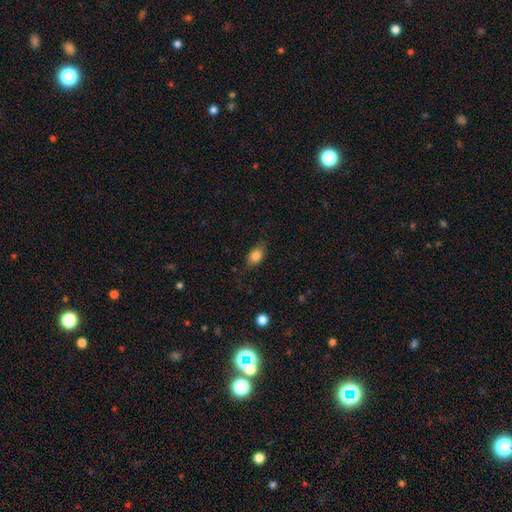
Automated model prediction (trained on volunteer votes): Smooth or featured?
  - smooth: 83% *
  - featured or disk: 9%
  - star or artifact: 9%
How rounded?
  - in between: 81% *
  - round: 16%
  - cigar-shaped: 3%
Merging?
  - none: 75% *
  - minor disturbance: 19%
  - major disturbance: 5%
  - merger: 1%